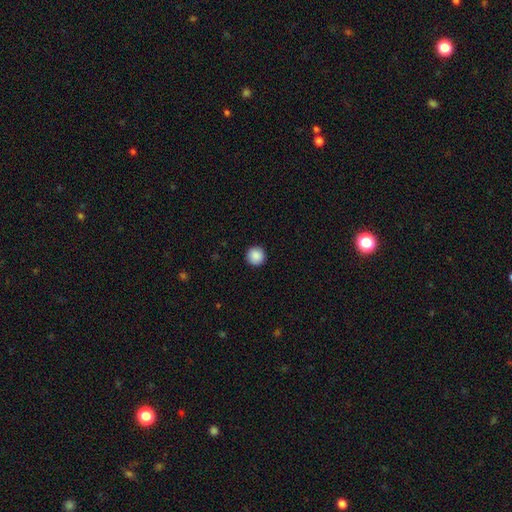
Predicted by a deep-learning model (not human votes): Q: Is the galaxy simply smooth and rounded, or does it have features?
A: smooth — 89%.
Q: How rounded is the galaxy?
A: round — 96%.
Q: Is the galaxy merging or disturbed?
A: none — 93%.